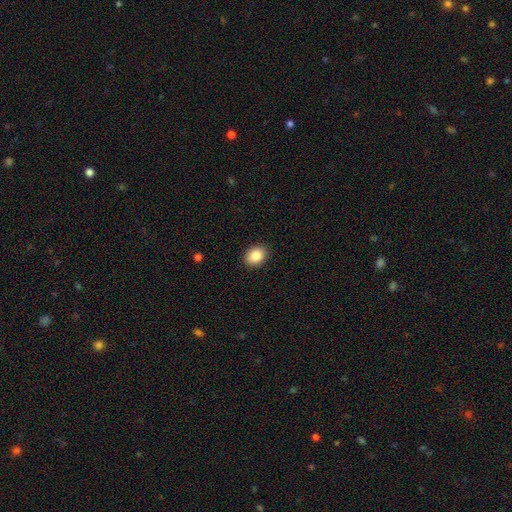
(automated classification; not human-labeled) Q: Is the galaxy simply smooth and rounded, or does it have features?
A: smooth — 87%.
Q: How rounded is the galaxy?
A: in between — 57%.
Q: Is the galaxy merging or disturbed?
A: none — 90%.